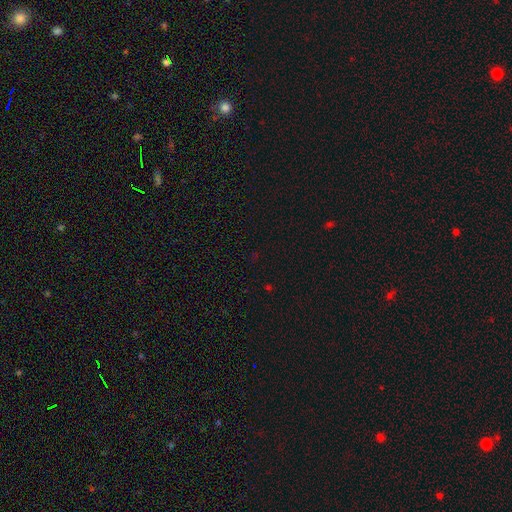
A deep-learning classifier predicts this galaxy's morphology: Smooth or featured?
  - star or artifact: 69% *
  - smooth: 24%
  - featured or disk: 7%